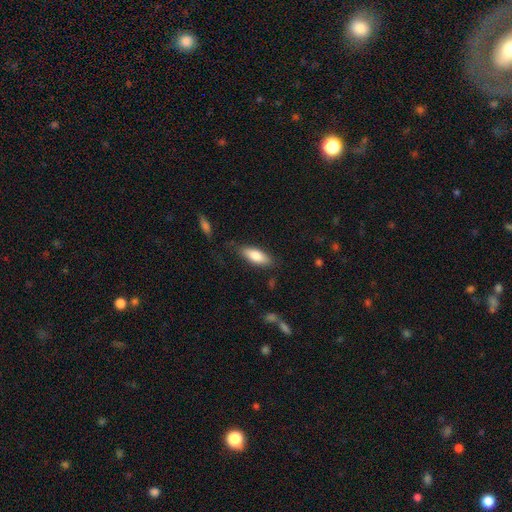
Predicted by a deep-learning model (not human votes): smooth 81%, featured or disk 13%, star or artifact 6%. Down the decision tree: how rounded — in between (72%); merging — none (78%).